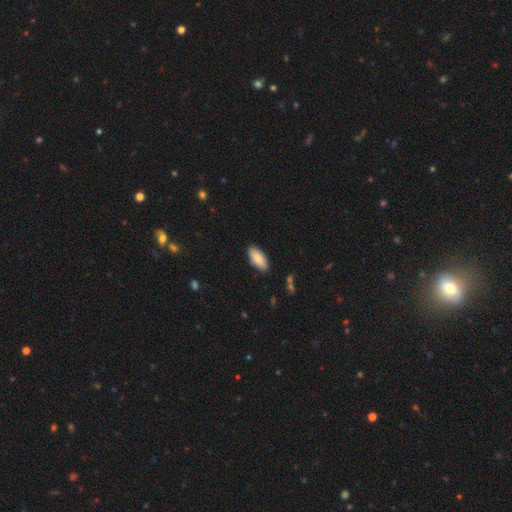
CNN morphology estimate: The model was most divided on "how rounded": in between: 88%, cigar-shaped: 10%, round: 2%. More confident: merging — none (89%); smooth or featured — smooth (88%).